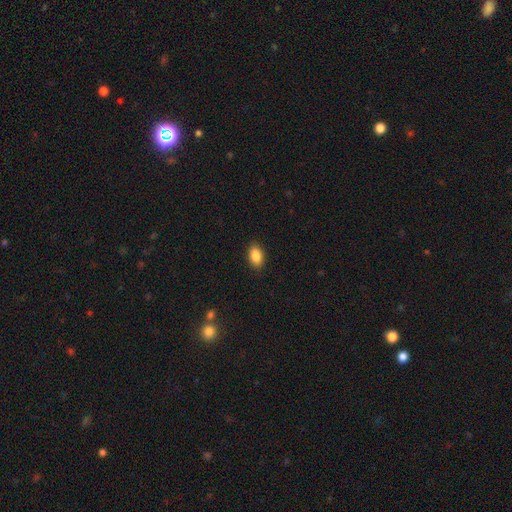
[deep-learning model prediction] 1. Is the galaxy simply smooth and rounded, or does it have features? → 88% smooth, 8% star or artifact, 4% featured or disk.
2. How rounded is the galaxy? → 92% in between, 6% round, 3% cigar-shaped.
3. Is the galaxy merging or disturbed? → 89% none, 8% minor disturbance, 2% major disturbance, 1% merger.